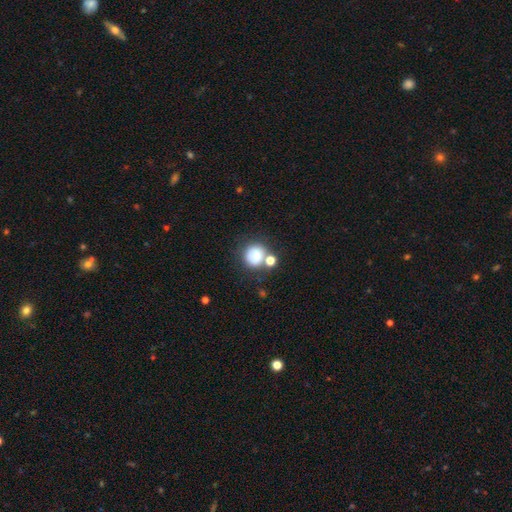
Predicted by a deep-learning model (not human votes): Morphology: type=smooth (77%); roundness=round (89%); merging=none (58%).